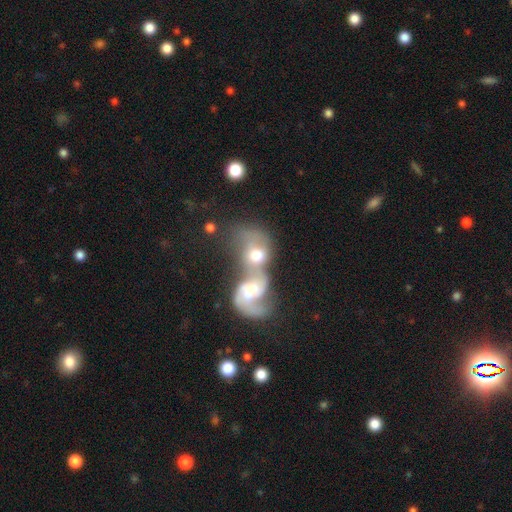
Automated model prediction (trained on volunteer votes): featured or disk 56%, smooth 35%, star or artifact 9%. Down the decision tree: edge-on disk — no (96%); bar — no (60%); spiral arms — yes (69%); bulge size — moderate (51%); merging — merger (79%).